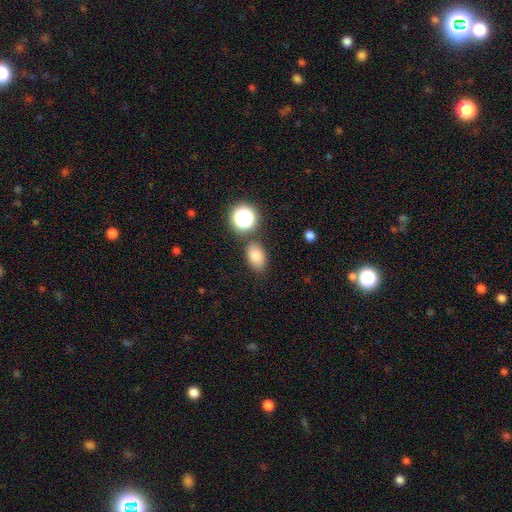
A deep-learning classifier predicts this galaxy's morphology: smooth 78%, star or artifact 13%, featured or disk 9%. Down the decision tree: how rounded — in between (79%); merging — none (77%).